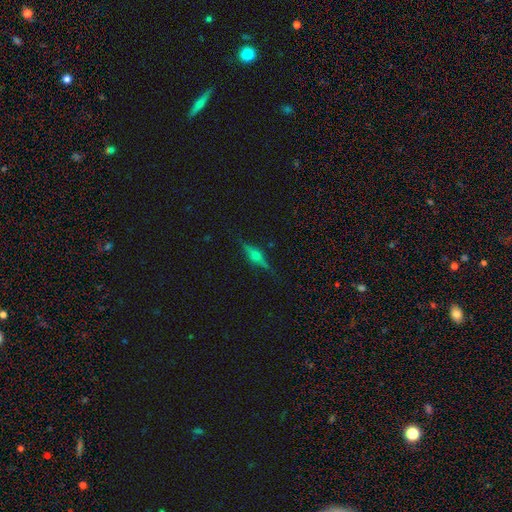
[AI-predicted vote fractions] Overall: featured or disk (67%). Edge-on disk: yes (96%). Edge-on bulge: rounded (88%). Merging: none (84%).